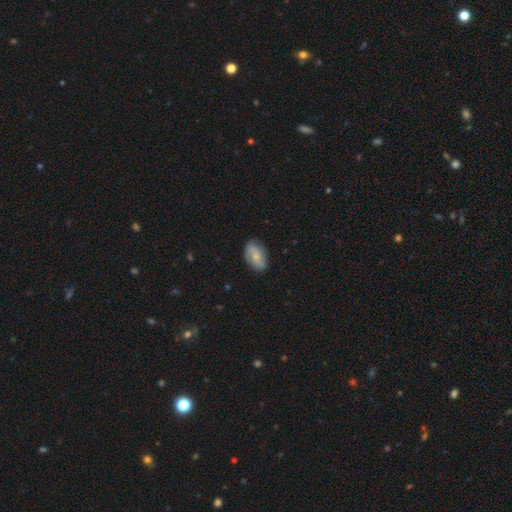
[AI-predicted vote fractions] Smooth or featured? Predicted: smooth (p=0.48). Merging? Predicted: none (p=0.78).